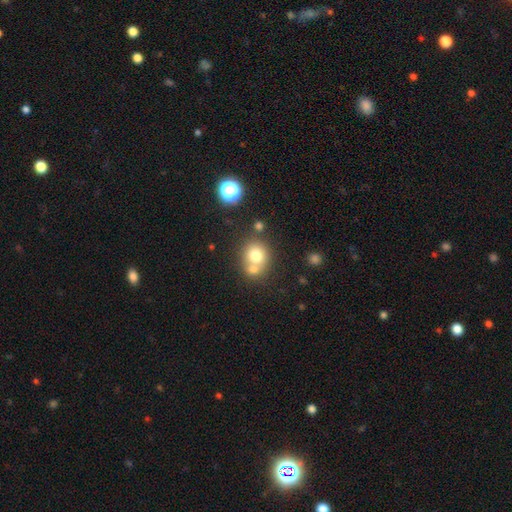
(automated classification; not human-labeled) smooth_or_featured: smooth (p=0.73) [alt: featured or disk p=0.14]
how_rounded: round (p=0.80) [alt: in between p=0.19]
merging: none (p=0.47) [alt: merger p=0.42]